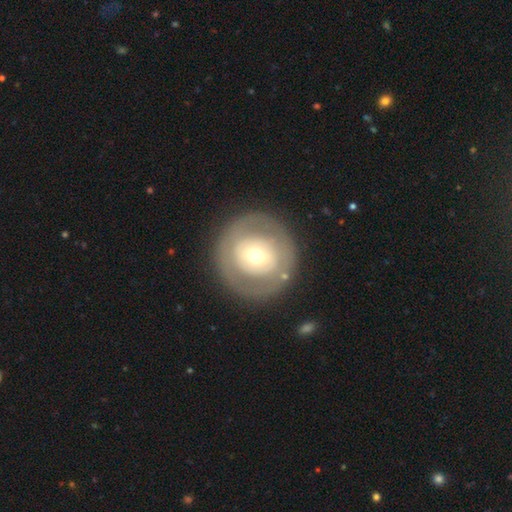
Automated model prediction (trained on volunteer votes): featured or disk 52%, smooth 42%, star or artifact 6%. Down the decision tree: edge-on disk — no (95%); merging — none (82%).